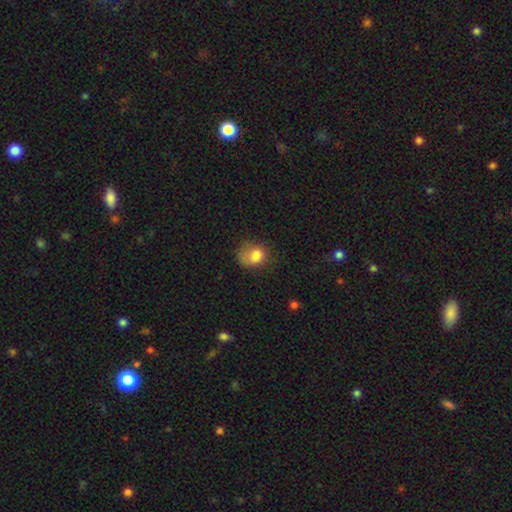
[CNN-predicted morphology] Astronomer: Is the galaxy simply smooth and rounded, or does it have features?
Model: smooth — 76%.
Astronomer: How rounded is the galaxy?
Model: in between — 54% (runner-up: round, 45%).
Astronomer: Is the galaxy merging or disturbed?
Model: none — 36% (runner-up: minor disturbance, 30%).